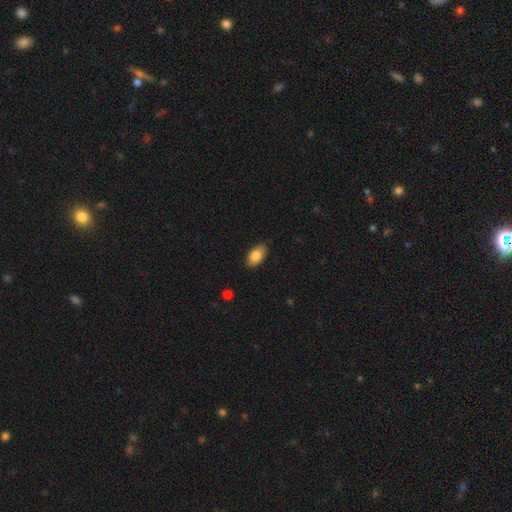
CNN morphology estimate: smooth_or_featured: smooth (p=0.85) [alt: featured or disk p=0.08]
how_rounded: in between (p=0.93) [alt: round p=0.04]
merging: none (p=0.86) [alt: minor disturbance p=0.11]